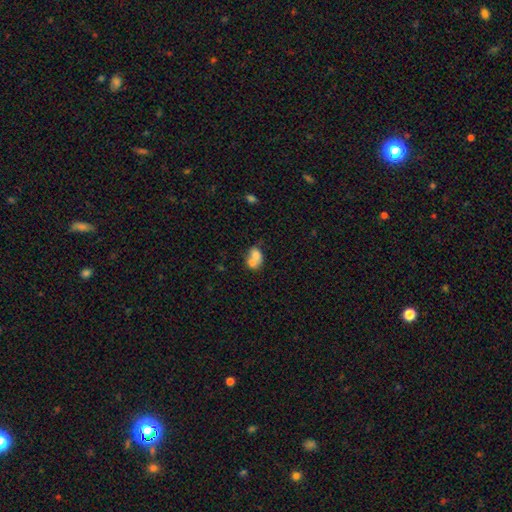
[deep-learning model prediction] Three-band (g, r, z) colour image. It shows a smooth galaxy with no disk features (71%) that is in between round and cigar-shaped (63%). Merging: merger (67%).